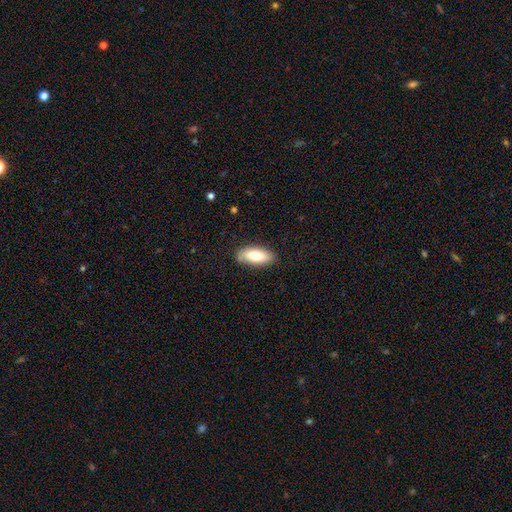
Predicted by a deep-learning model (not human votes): smooth-or-featured: smooth: 75% | featured or disk: 18% | star or artifact: 6%
  how-rounded: in between: 83% | cigar-shaped: 15% | round: 2%
  merging: none: 86% | minor disturbance: 11% | major disturbance: 2% | merger: 1%